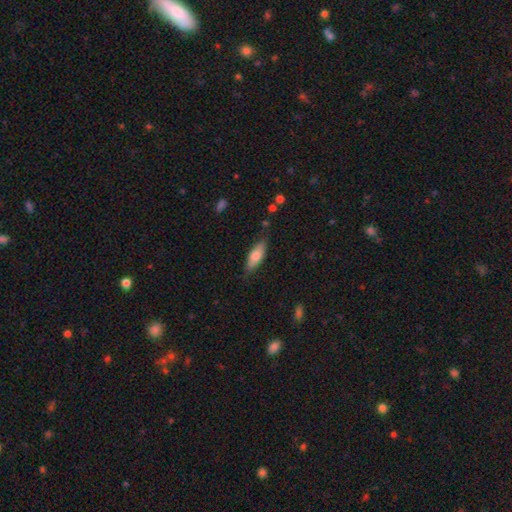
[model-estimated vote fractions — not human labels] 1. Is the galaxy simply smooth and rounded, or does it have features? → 74% smooth, 20% featured or disk, 6% star or artifact.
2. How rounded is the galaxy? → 63% in between, 35% cigar-shaped, 2% round.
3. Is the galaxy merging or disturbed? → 77% none, 18% minor disturbance, 3% major disturbance, 2% merger.